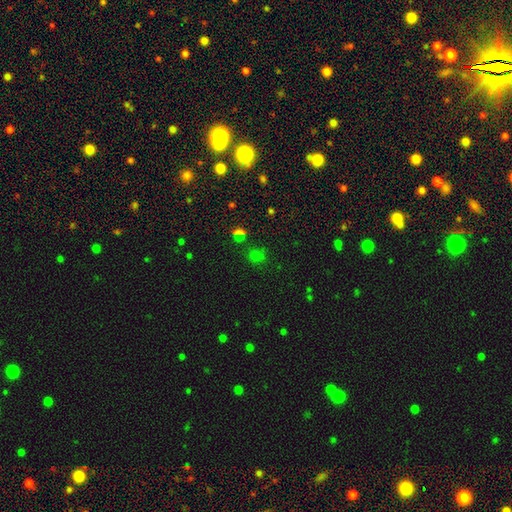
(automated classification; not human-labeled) Morphology: type=smooth (56%); roundness=round (84%); merging=none (77%).